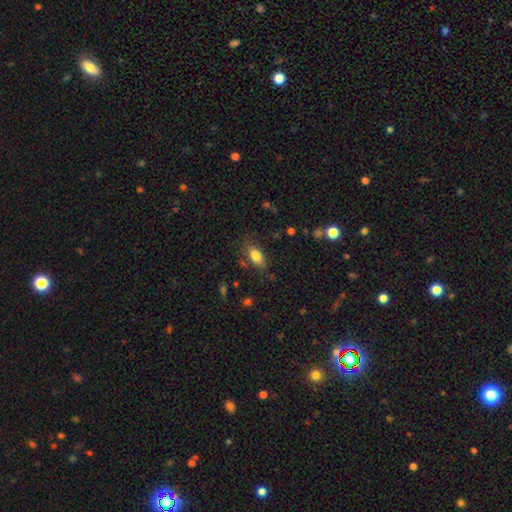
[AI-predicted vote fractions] Morphology: type=smooth (81%); roundness=in between (87%); merging=none (74%).